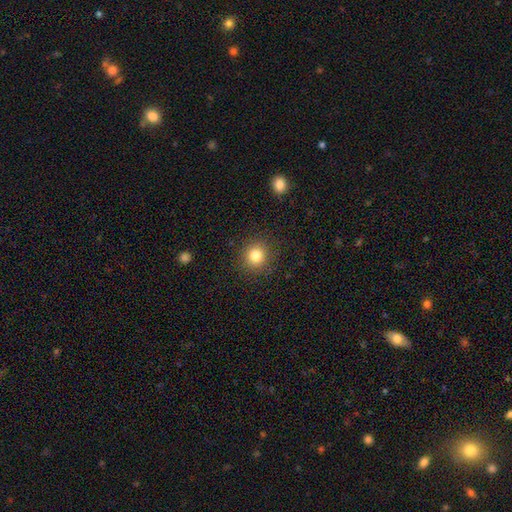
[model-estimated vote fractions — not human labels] smooth 82%, star or artifact 12%, featured or disk 7%. Down the decision tree: how rounded — round (91%); merging — none (90%).